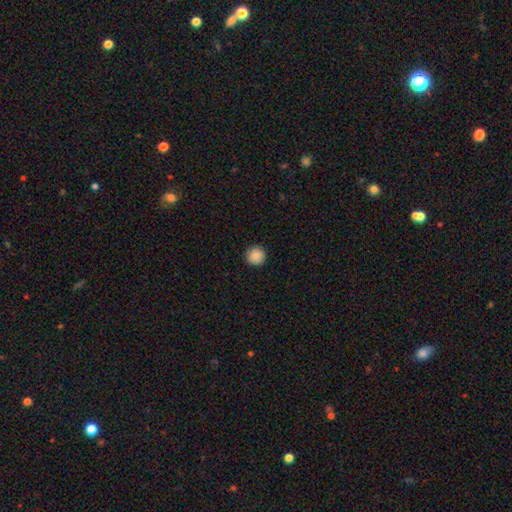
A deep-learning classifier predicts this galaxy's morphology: smooth 89%, star or artifact 9%, featured or disk 3%. Down the decision tree: how rounded — round (95%); merging — none (92%).